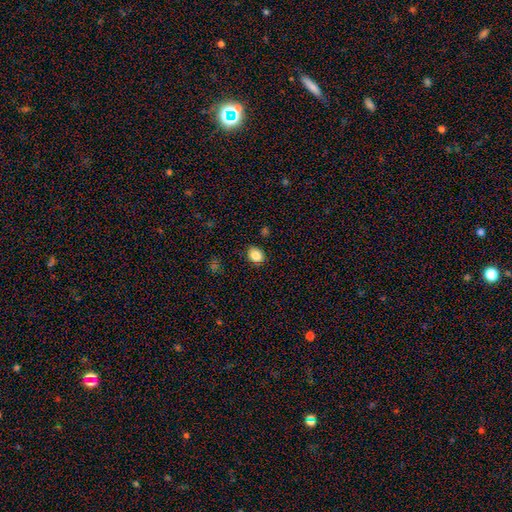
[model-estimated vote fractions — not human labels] This appears to be a smooth galaxy with no disk features (85%) that is round (50%). Merging: none (87%).